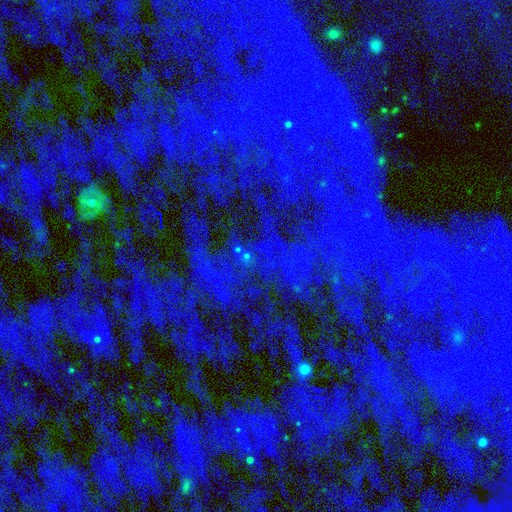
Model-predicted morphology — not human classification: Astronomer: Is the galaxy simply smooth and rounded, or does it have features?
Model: star or artifact — 83%.